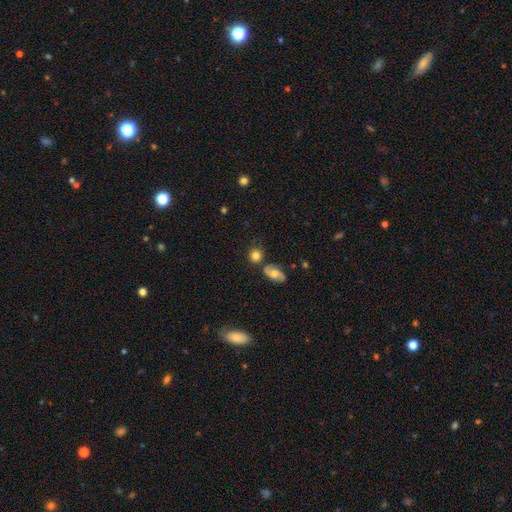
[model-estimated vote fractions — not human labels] Smooth or featured?
  - smooth: 77% *
  - featured or disk: 14%
  - star or artifact: 9%
How rounded?
  - round: 82% *
  - in between: 17%
  - cigar-shaped: 2%
Merging?
  - none: 70% *
  - merger: 13%
  - minor disturbance: 12%
  - major disturbance: 4%